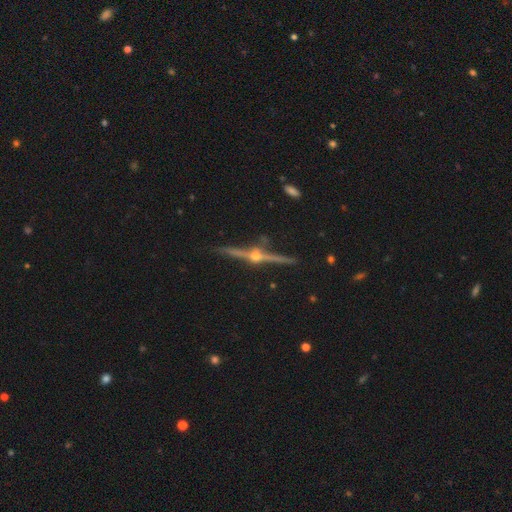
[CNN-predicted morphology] A featured or disk galaxy (87%) viewed edge-on (97%) with a rounded central bulge (94%). Merging: none (87%).